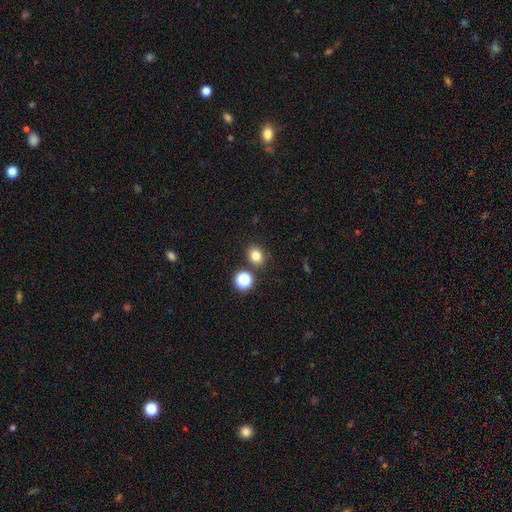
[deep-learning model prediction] Smooth or featured: smooth — 79% (star or artifact — 15%)
How rounded: round — 67% (in between — 33%)
Merging: none — 82% (minor disturbance — 8%)